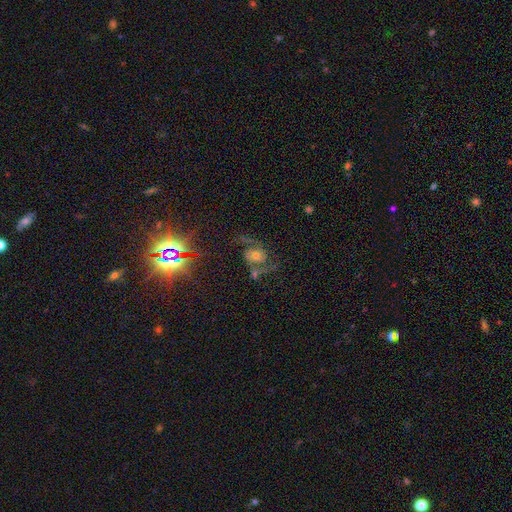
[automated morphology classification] This appears to be a featured or disk galaxy (81%) with no bar (71%), 2 (92%) medium (52%) spiral arms (96%) and a moderate central bulge (57%). Merging: none (66%).